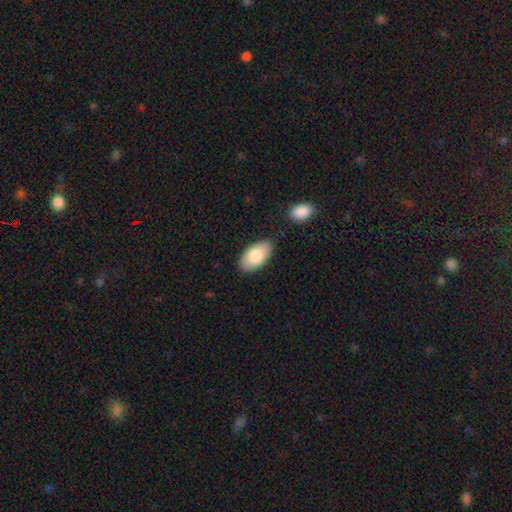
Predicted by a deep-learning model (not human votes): Smooth or featured? smooth (81%)
How rounded? in between (95%)
Merging? none (84%)